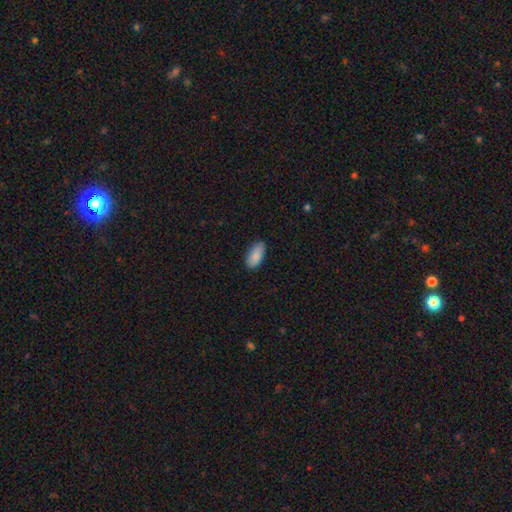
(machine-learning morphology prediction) This is clearly a smooth galaxy (89%). How rounded: clearly in between (91%). Merging: clearly none (84%).